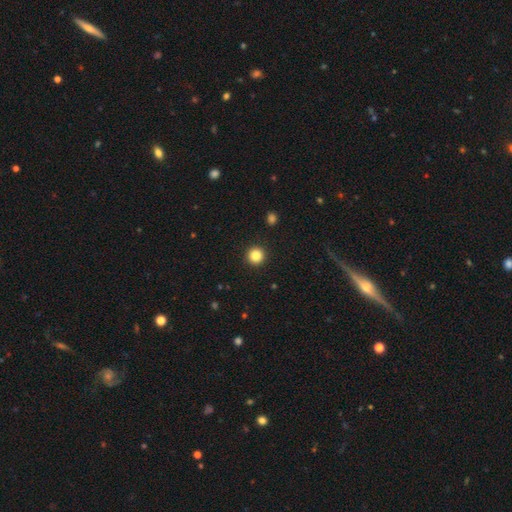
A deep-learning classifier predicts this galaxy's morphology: Q: Smooth or featured?
A: smooth (84%); runner-up: star or artifact (11%)
Q: How rounded?
A: round (96%); runner-up: in between (4%)
Q: Merging?
A: none (93%); runner-up: minor disturbance (4%)